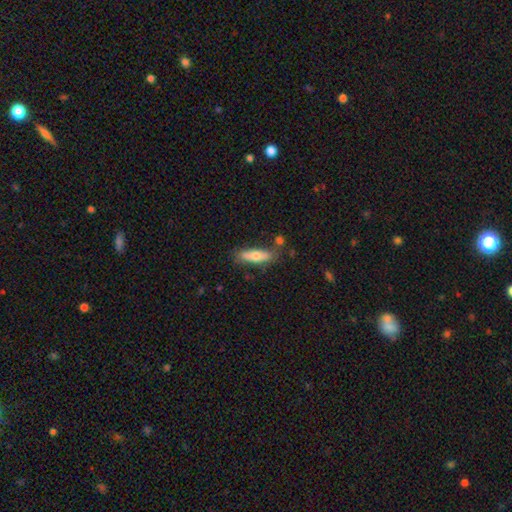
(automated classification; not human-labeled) A smooth galaxy with no disk features (63%) that is cigar-shaped (54%).

Vote fractions:
- Smooth or featured? smooth: 63% / featured or disk: 30% / star or artifact: 6%
- How rounded? cigar-shaped: 54% / in between: 44% / round: 2%
- Merging? none: 70% / minor disturbance: 19% / merger: 7% / major disturbance: 5%